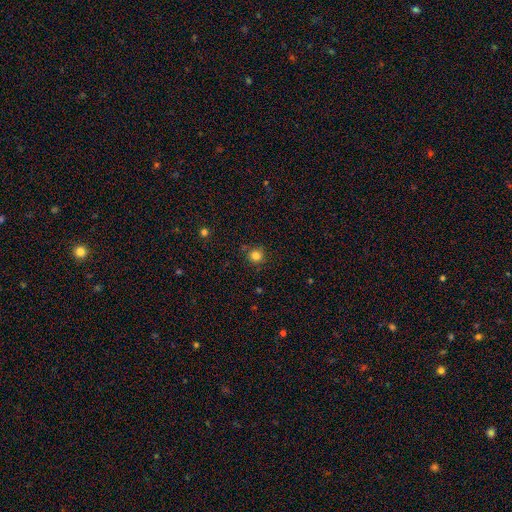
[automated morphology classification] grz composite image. It shows a smooth galaxy with no disk features (82%) that is round (93%). Merging: none (85%).